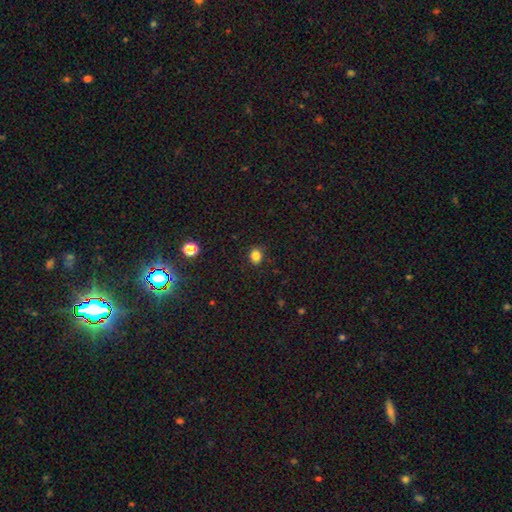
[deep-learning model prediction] Smooth or featured: smooth — 84% (star or artifact — 12%)
How rounded: round — 60% (in between — 39%)
Merging: none — 86% (minor disturbance — 10%)